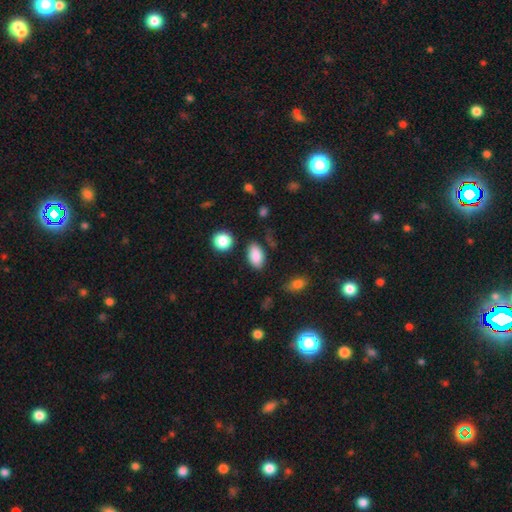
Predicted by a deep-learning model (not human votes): Morphology: type=smooth (86%); roundness=in between (91%); merging=none (81%).